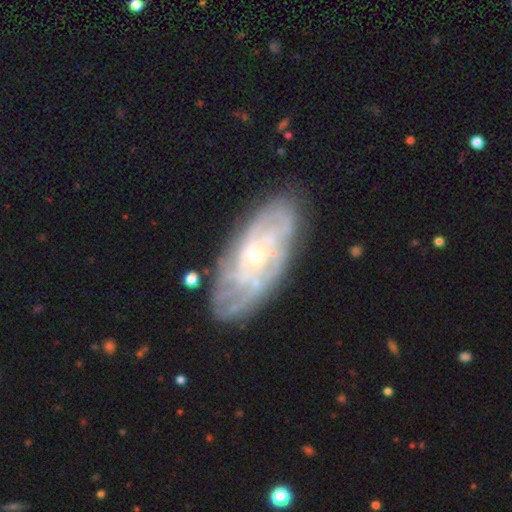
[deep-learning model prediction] Smooth or featured?
  - featured or disk: 79% *
  - smooth: 14%
  - star or artifact: 6%
Edge-on disk?
  - no: 90% *
  - yes: 10%
Bar?
  - no: 64% *
  - weak: 29%
  - strong: 7%
Spiral arms?
  - yes: 87% *
  - no: 13%
Spiral winding?
  - tight: 67% *
  - medium: 25%
  - loose: 7%
Spiral arm count?
  - can't tell: 54% *
  - 4: 13%
  - 2: 10%
  - 3: 10%
  - more than 4: 9%
  - 1: 5%
Bulge size?
  - small: 70% *
  - moderate: 25%
  - none: 2%
  - large: 1%
  - dominant: 1%
Merging?
  - none: 77% *
  - minor disturbance: 16%
  - major disturbance: 5%
  - merger: 2%